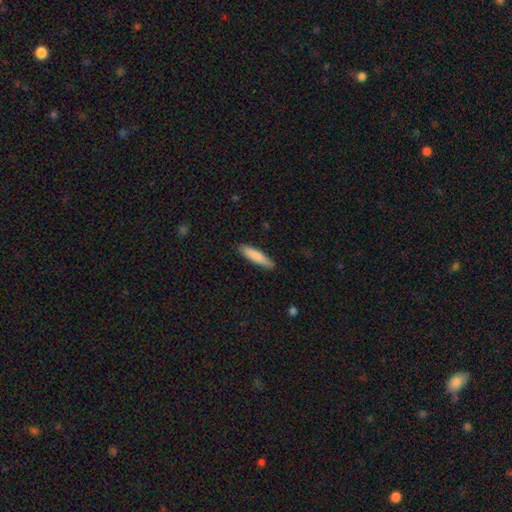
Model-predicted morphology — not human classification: smooth-or-featured: smooth: 85% | featured or disk: 10% | star or artifact: 5%
  how-rounded: cigar-shaped: 81% | in between: 18% | round: 1%
  merging: none: 88% | minor disturbance: 9% | major disturbance: 2% | merger: 1%